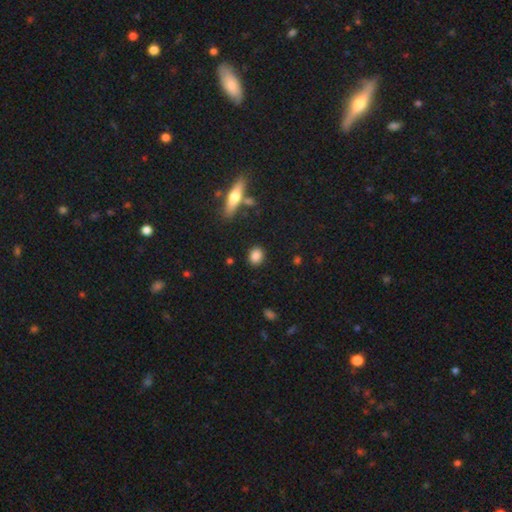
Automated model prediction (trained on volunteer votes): A smooth galaxy with no disk features (85%) that is round (55%).

Vote fractions:
- Smooth or featured? smooth: 85% / star or artifact: 8% / featured or disk: 6%
- How rounded? round: 55% / in between: 43% / cigar-shaped: 3%
- Merging? none: 88% / minor disturbance: 8% / major disturbance: 2% / merger: 2%